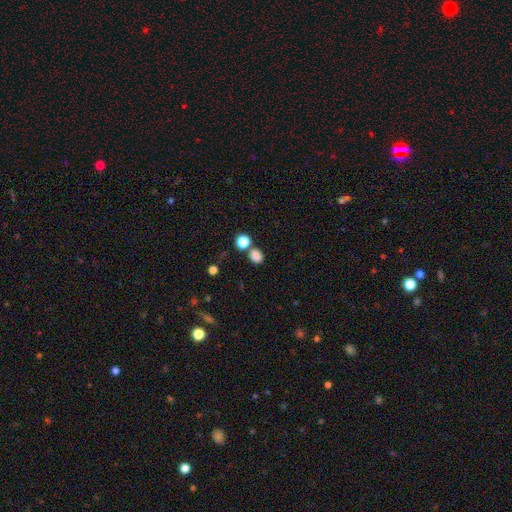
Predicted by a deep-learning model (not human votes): Morphology: type=smooth (82%); roundness=round (55%); merging=none (67%).